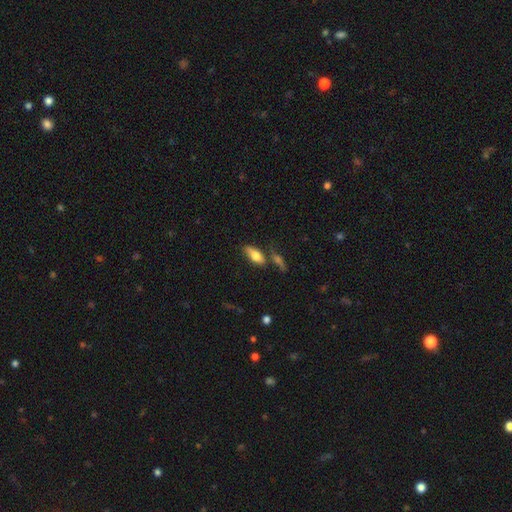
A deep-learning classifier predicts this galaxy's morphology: Smooth or featured? smooth (73%)
How rounded? in between (80%)
Merging? none (55%)